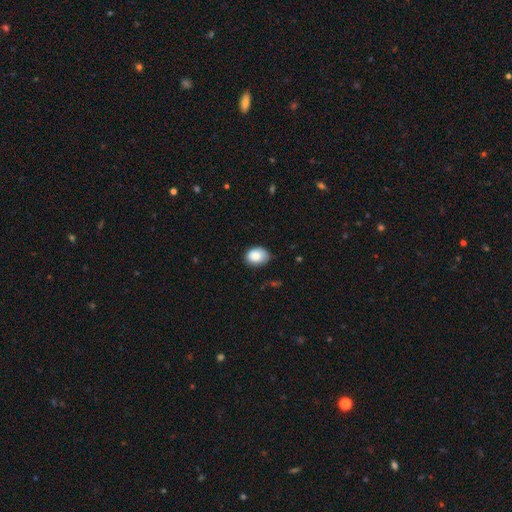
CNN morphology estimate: A smooth galaxy with no disk features (85%) that is in between round and cigar-shaped (64%). Merging: none (72%).